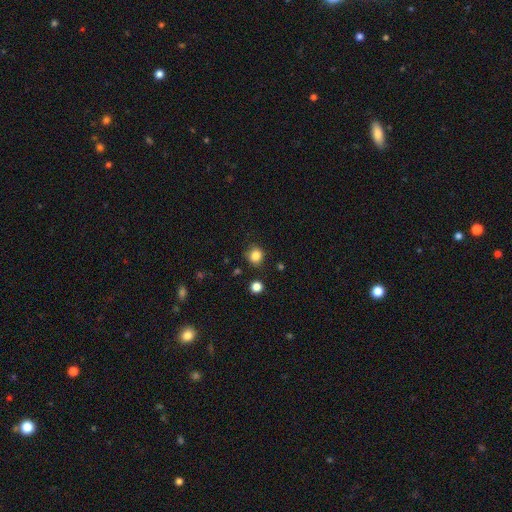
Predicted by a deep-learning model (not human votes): smooth-or-featured: smooth: 84% | star or artifact: 12% | featured or disk: 4%
  how-rounded: round: 84% | in between: 15% | cigar-shaped: 1%
  merging: none: 82% | minor disturbance: 12% | major disturbance: 3% | merger: 3%